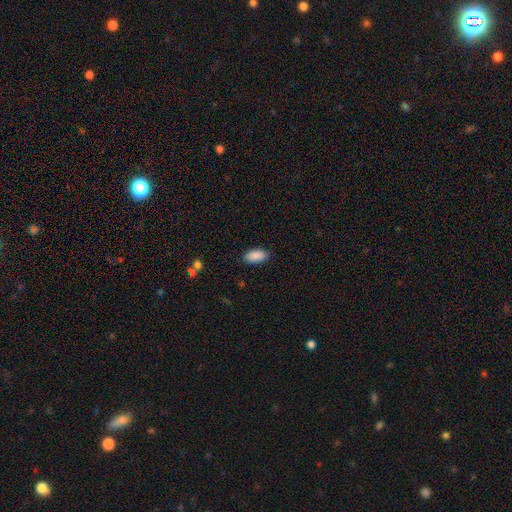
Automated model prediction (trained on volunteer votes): This appears to be a smooth galaxy with no disk features (90%) that is in between round and cigar-shaped (93%). Merging: none (86%).